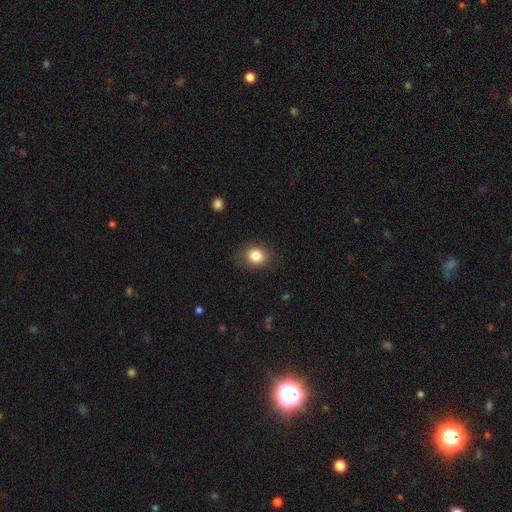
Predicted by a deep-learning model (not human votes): This is clearly a smooth galaxy (84%). How rounded: likely round (62%). Merging: clearly none (84%).